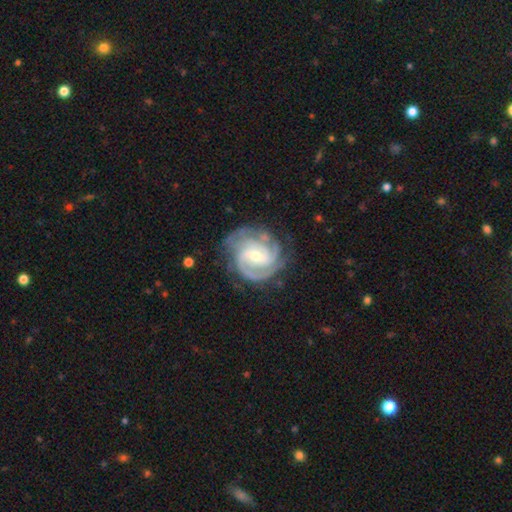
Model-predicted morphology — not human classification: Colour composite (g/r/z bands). It shows a featured or disk galaxy (91%) with no bar (43%, tied with weak), 3 (40%) tight (69%) spiral arms (98%) and a small central bulge (48%, tied with moderate). Merging: none (74%).